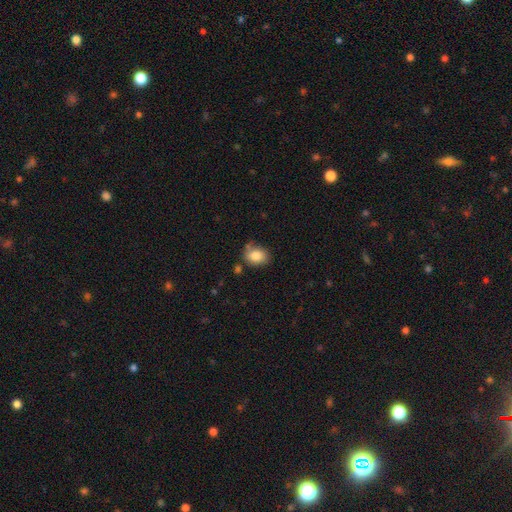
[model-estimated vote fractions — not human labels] Smooth or featured? Predicted: smooth (p=0.83). How rounded? Predicted: in between (p=0.63). Merging? Predicted: none (p=0.69).